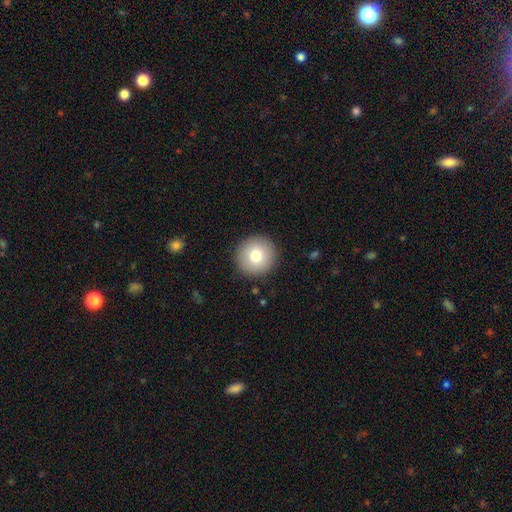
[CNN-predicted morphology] smooth 77%, featured or disk 13%, star or artifact 10%. Down the decision tree: how rounded — round (95%); merging — none (92%).